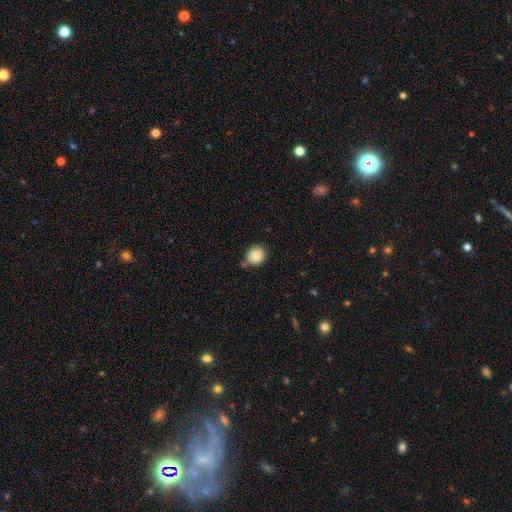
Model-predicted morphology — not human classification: A smooth galaxy with no disk features (83%) that is round (87%). Merging: none (67%).